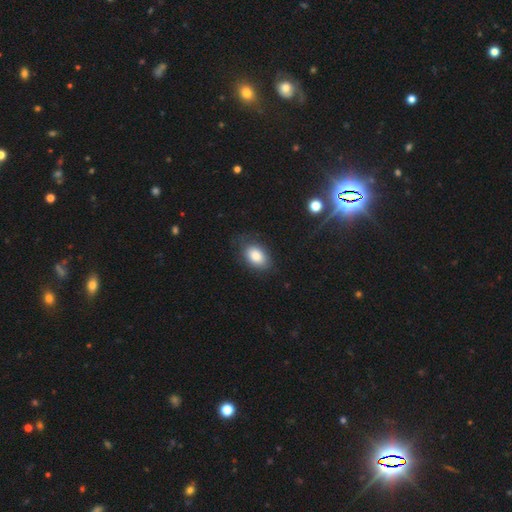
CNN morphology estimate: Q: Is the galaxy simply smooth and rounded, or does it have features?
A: smooth — 84%.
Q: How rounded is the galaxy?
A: in between — 88%.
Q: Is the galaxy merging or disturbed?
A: none — 73%.